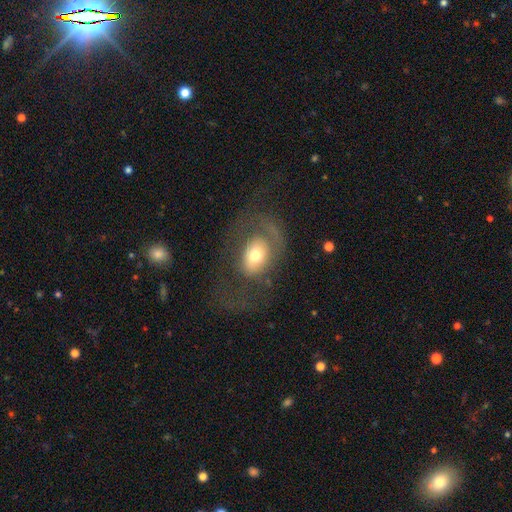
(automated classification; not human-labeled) This is possibly a smooth galaxy (51%). How rounded: likely in between (71%). Merging: marginally major disturbance (41%).